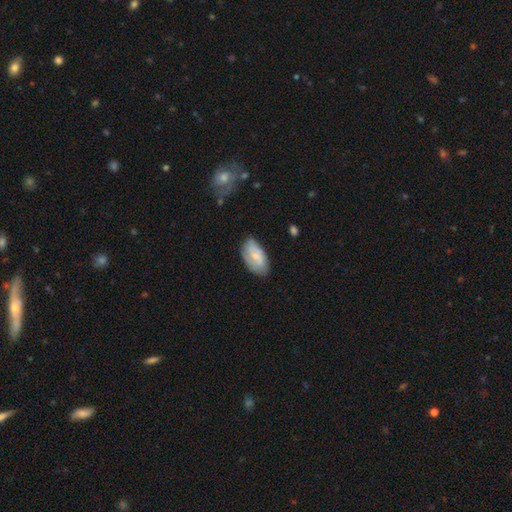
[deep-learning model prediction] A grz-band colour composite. It shows a smooth galaxy with no disk features (49%). Merging: none (69%).